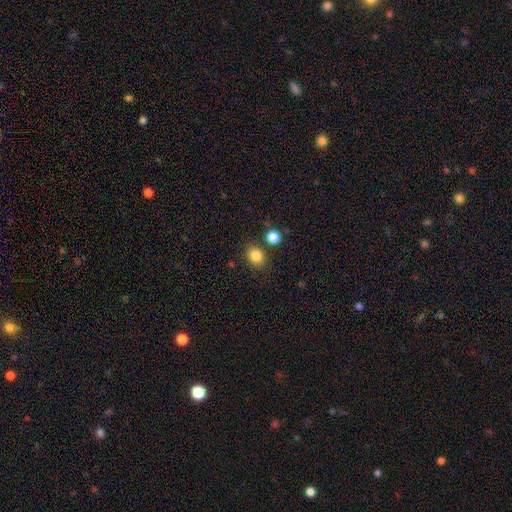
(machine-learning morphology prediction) Smooth or featured?
  - smooth: 84% *
  - star or artifact: 11%
  - featured or disk: 5%
How rounded?
  - round: 61% *
  - in between: 39%
  - cigar-shaped: 1%
Merging?
  - none: 80% *
  - minor disturbance: 10%
  - merger: 7%
  - major disturbance: 3%